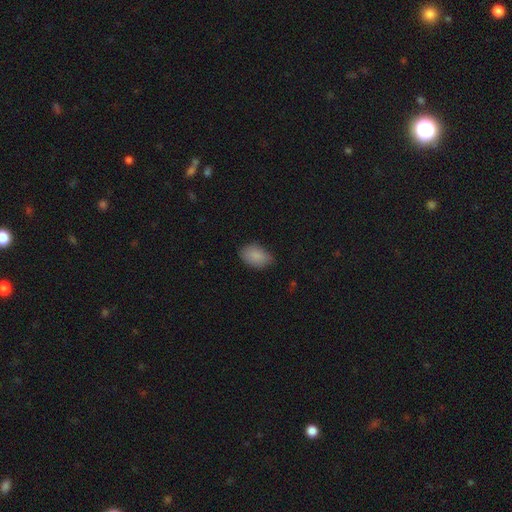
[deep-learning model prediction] A smooth galaxy with no disk features (87%) that is in between round and cigar-shaped (89%).

Vote fractions:
- Smooth or featured? smooth: 87% / star or artifact: 7% / featured or disk: 5%
- How rounded? in between: 89% / round: 9% / cigar-shaped: 1%
- Merging? none: 72% / minor disturbance: 23% / major disturbance: 4% / merger: 1%